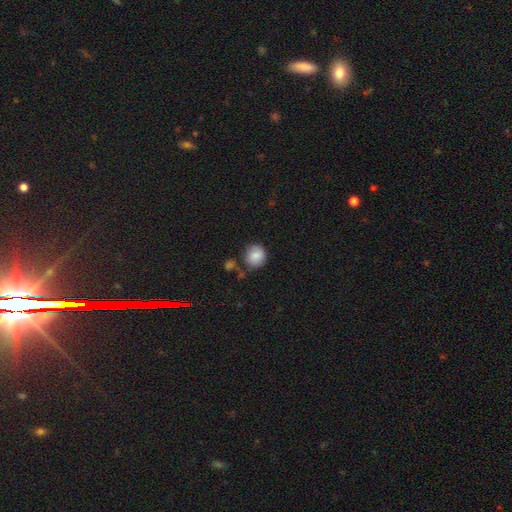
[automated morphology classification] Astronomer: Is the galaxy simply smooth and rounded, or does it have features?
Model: smooth — 85%.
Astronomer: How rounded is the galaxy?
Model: round — 87%.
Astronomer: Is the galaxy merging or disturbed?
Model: none — 74%.